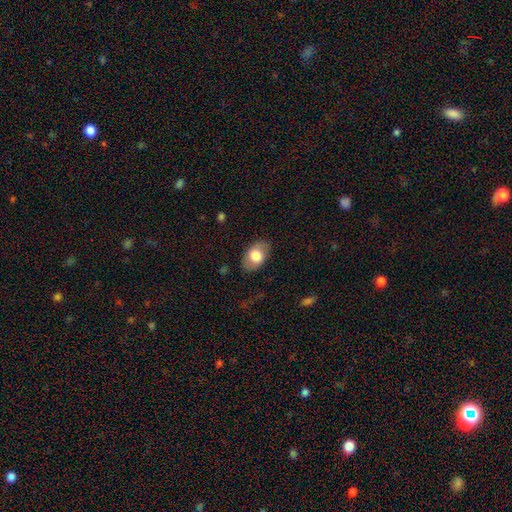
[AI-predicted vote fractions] This appears to be a smooth galaxy with no disk features (74%) that is in between round and cigar-shaped (90%). Merging: none (83%).